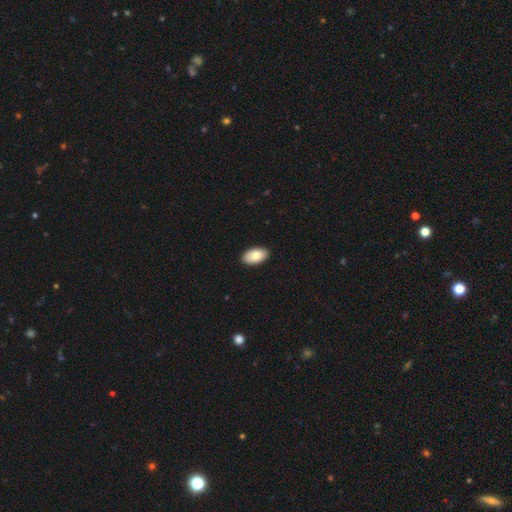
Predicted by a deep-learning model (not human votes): This is likely a smooth galaxy (79%). How rounded: clearly in between (95%). Merging: clearly none (91%).